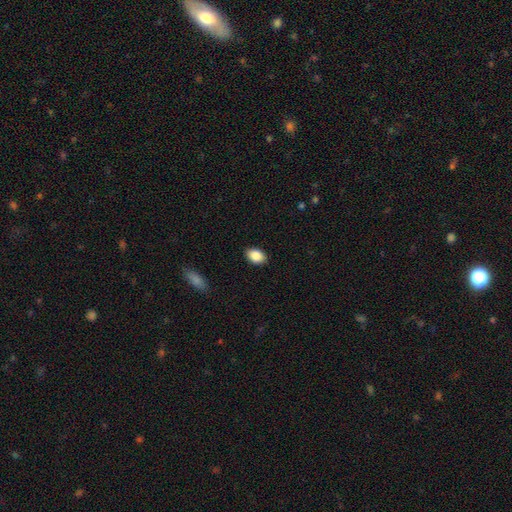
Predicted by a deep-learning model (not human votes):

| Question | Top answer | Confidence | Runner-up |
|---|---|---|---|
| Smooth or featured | smooth | 87% | star or artifact (8%) |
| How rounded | in between | 85% | round (14%) |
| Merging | none | 89% | minor disturbance (8%) |